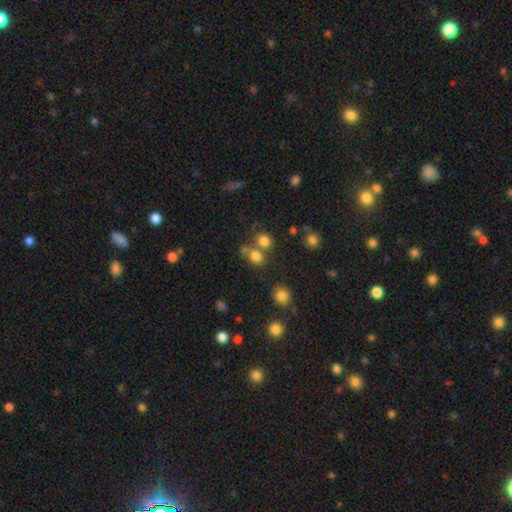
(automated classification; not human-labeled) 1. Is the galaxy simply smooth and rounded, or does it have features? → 77% smooth, 16% star or artifact, 8% featured or disk.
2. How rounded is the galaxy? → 67% round, 31% in between, 1% cigar-shaped.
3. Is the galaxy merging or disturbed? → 52% none, 33% merger, 10% minor disturbance, 5% major disturbance.